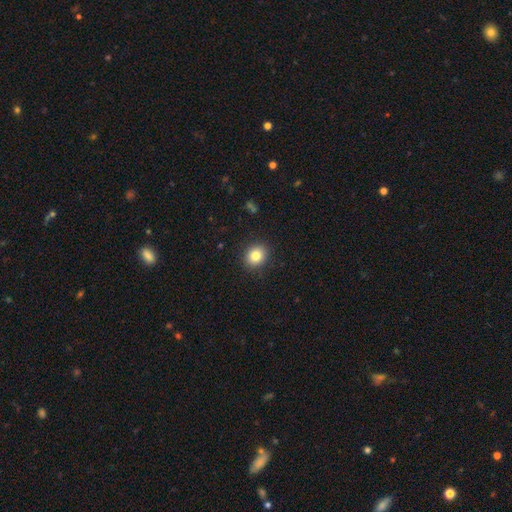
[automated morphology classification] This appears to be a smooth galaxy with no disk features (83%) that is round (69%). Merging: none (90%).